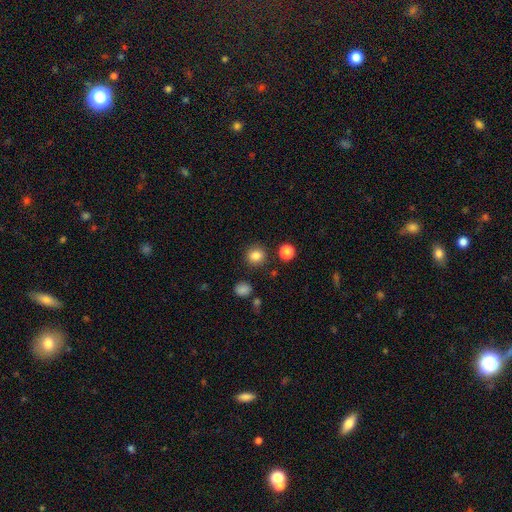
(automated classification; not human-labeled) Smooth or featured? Predicted: smooth (p=0.83). How rounded? Predicted: round (p=0.90). Merging? Predicted: none (p=0.88).